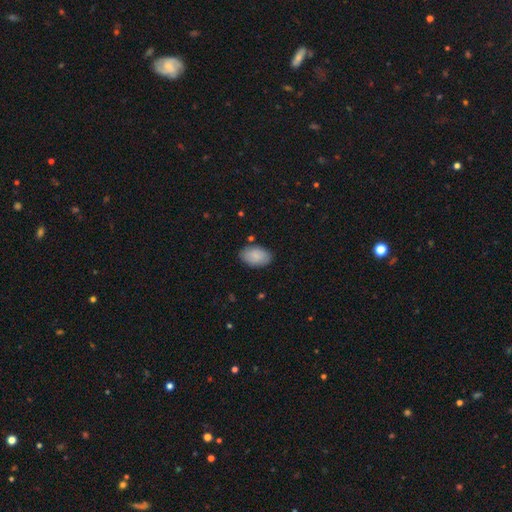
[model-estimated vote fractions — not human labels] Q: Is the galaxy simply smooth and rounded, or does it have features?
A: smooth — 84%.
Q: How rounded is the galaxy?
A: in between — 93%.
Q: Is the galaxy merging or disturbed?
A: none — 84%.